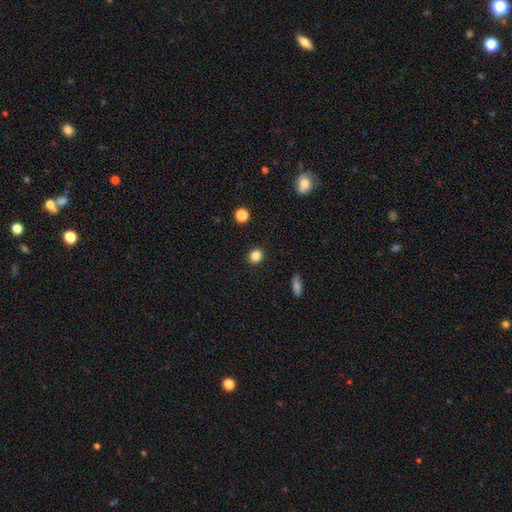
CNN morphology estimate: smooth_or_featured: smooth (p=0.85) [alt: star or artifact p=0.11]
how_rounded: round (p=0.80) [alt: in between p=0.19]
merging: none (p=0.91) [alt: minor disturbance p=0.06]